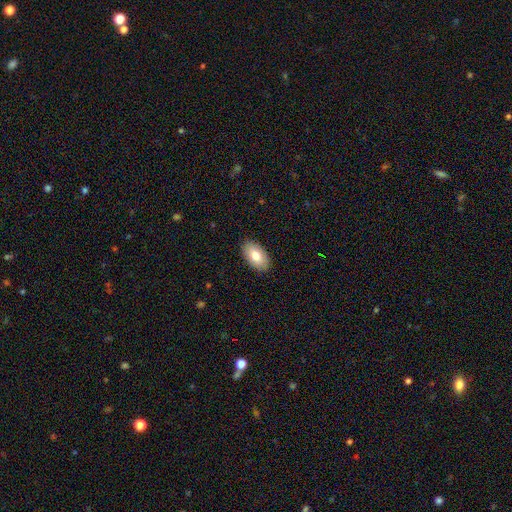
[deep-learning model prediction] Overall: smooth (79%). How rounded: in between (94%). Merging: none (88%).